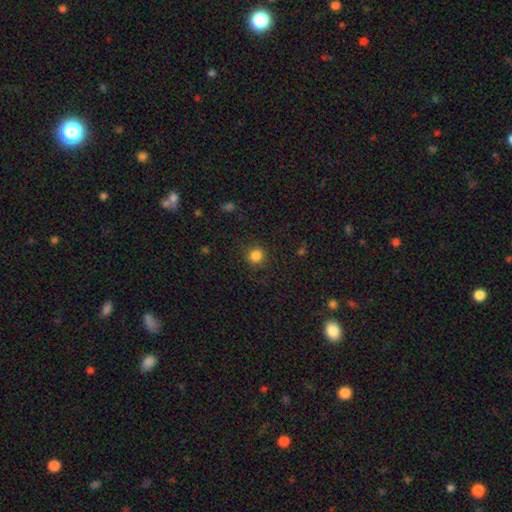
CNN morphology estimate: A smooth galaxy with no disk features (85%) that is round (91%).

Vote fractions:
- Smooth or featured? smooth: 85% / star or artifact: 12% / featured or disk: 4%
- How rounded? round: 91% / in between: 8% / cigar-shaped: 1%
- Merging? none: 88% / minor disturbance: 8% / major disturbance: 3% / merger: 1%